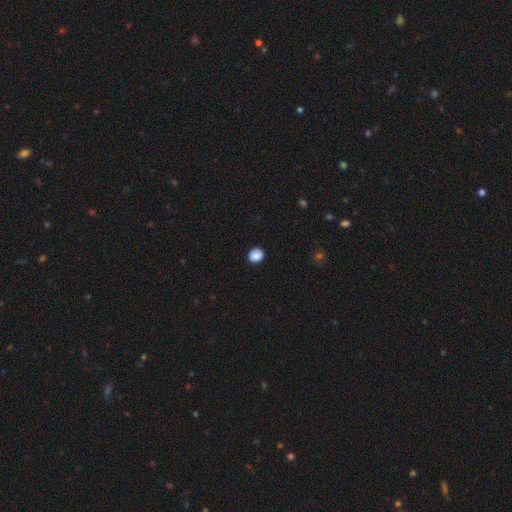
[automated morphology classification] This appears to be a smooth galaxy with no disk features (88%) that is round (72%). Merging: none (90%).